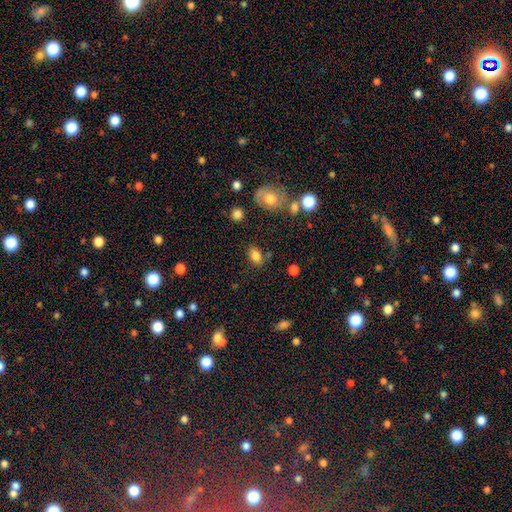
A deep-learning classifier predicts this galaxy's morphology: type=smooth (82%); roundness=in between (79%); merging=none (76%).